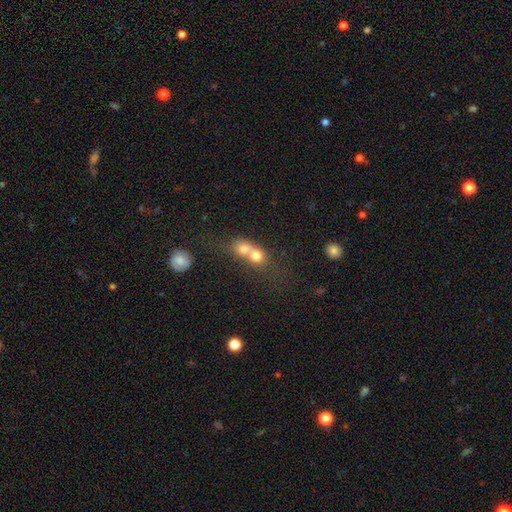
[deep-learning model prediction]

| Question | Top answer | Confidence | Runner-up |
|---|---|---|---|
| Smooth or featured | smooth | 70% | featured or disk (19%) |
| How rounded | round | 71% | in between (27%) |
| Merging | merger | 74% | none (19%) |